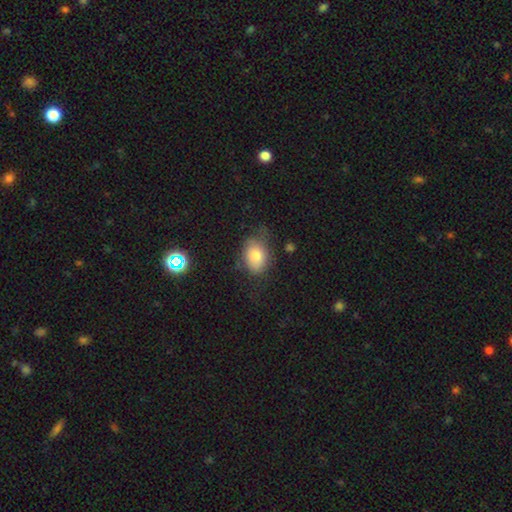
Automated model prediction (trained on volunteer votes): Smooth or featured: smooth — 75% (featured or disk — 16%)
How rounded: in between — 79% (round — 19%)
Merging: none — 53% (minor disturbance — 30%)